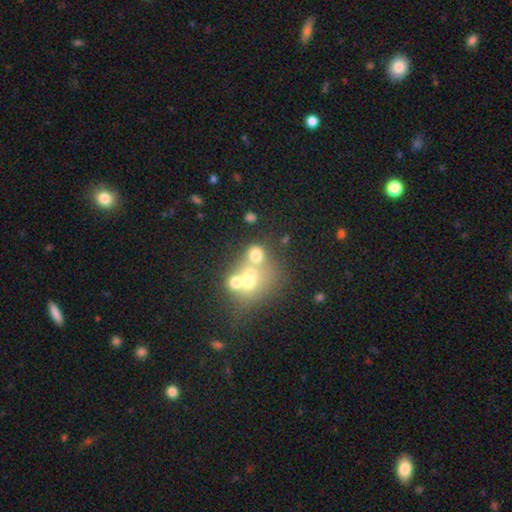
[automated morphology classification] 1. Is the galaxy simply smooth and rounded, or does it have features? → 59% smooth, 22% featured or disk, 18% star or artifact.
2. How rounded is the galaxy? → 69% round, 30% in between, 1% cigar-shaped.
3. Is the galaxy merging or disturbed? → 50% merger, 35% none, 8% minor disturbance, 7% major disturbance.